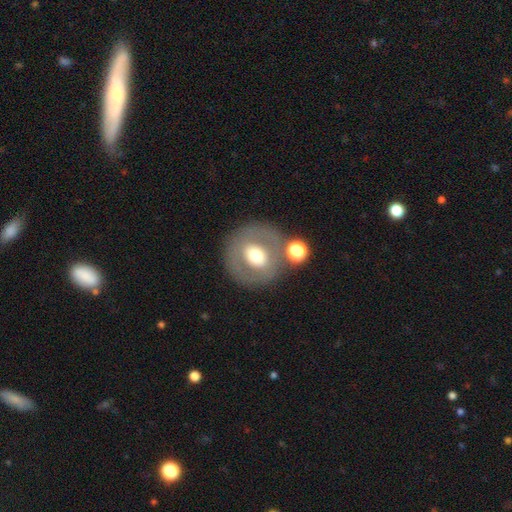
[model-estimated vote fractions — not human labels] smooth_or_featured: smooth (p=0.51) [alt: featured or disk p=0.39]
how_rounded: round (p=0.85) [alt: in between p=0.14]
merging: none (p=0.76) [alt: minor disturbance p=0.10]